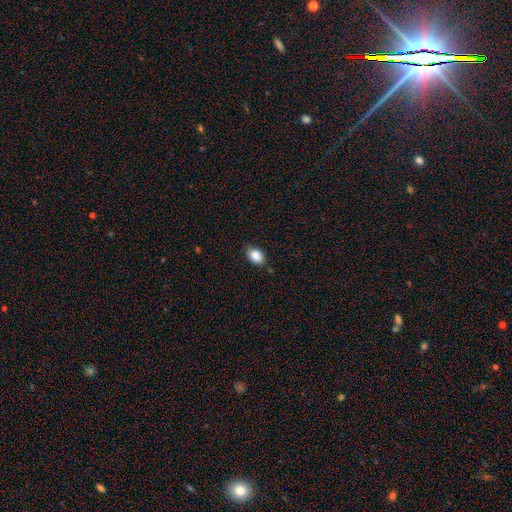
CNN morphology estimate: A smooth galaxy with no disk features (87%) that is in between round and cigar-shaped (87%).

Vote fractions:
- Smooth or featured? smooth: 87% / star or artifact: 8% / featured or disk: 5%
- How rounded? in between: 87% / round: 12% / cigar-shaped: 1%
- Merging? none: 80% / minor disturbance: 16% / major disturbance: 3% / merger: 1%